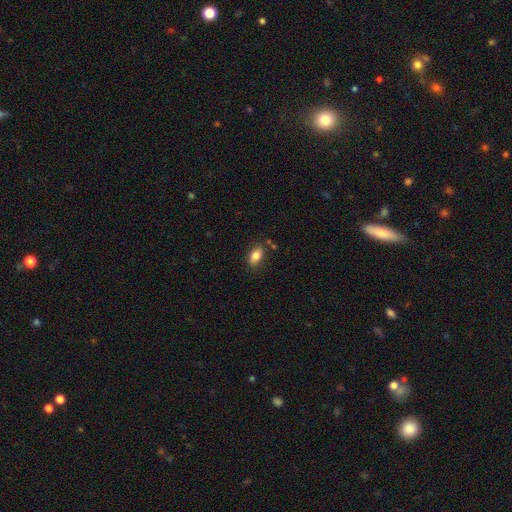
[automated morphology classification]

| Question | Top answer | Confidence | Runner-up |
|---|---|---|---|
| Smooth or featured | smooth | 83% | featured or disk (9%) |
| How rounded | in between | 88% | round (8%) |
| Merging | none | 80% | minor disturbance (13%) |